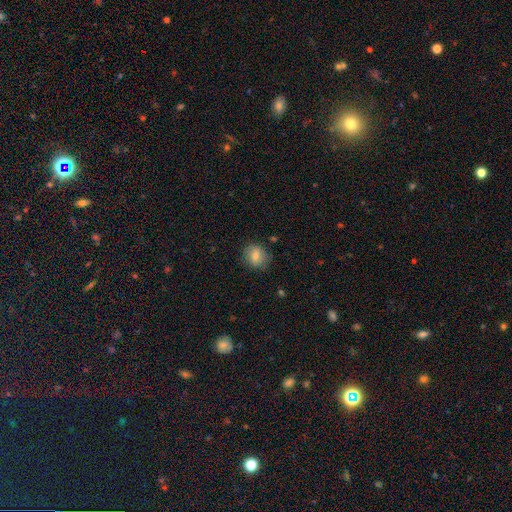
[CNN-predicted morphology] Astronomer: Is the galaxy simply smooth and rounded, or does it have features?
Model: smooth — 76%.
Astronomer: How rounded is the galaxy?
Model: round — 71%.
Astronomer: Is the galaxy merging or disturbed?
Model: none — 81%.